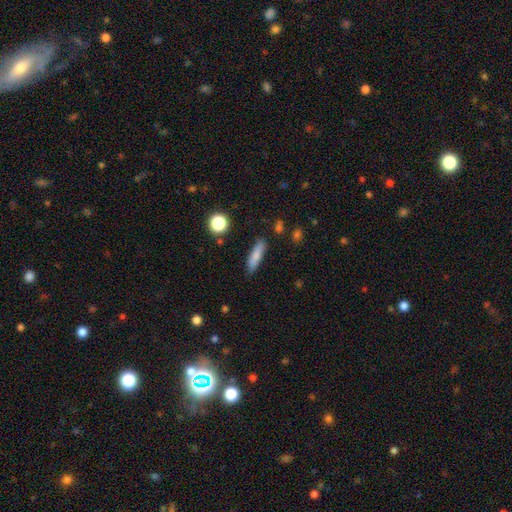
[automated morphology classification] smooth 79%, featured or disk 13%, star or artifact 8%. Down the decision tree: how rounded — cigar-shaped (72%); merging — none (85%).